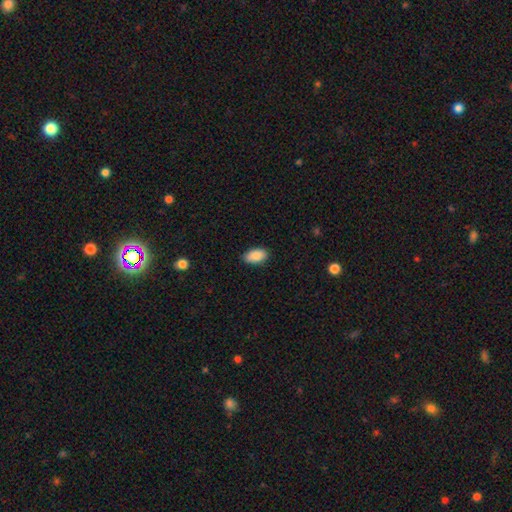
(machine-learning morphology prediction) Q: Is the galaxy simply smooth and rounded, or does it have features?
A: smooth — 89%.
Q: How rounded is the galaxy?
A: in between — 94%.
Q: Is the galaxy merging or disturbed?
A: none — 88%.